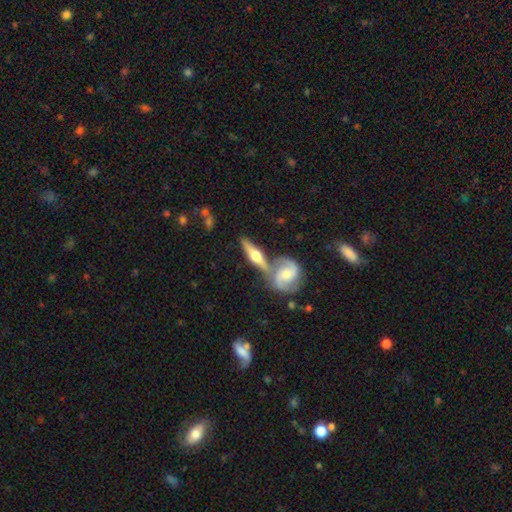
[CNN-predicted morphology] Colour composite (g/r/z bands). It shows a featured or disk galaxy (74%) viewed edge-on (85%) with a rounded central bulge (94%). Merging: none (52%).